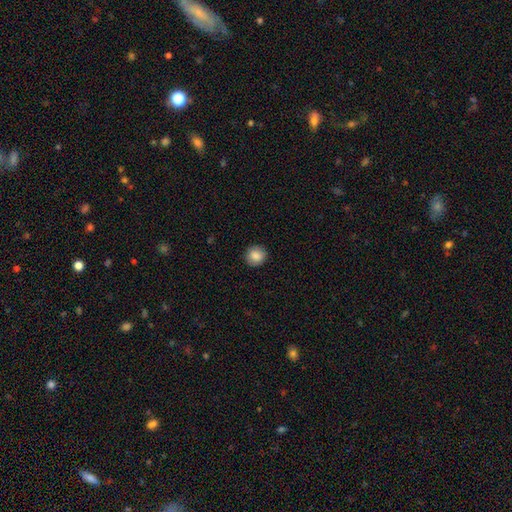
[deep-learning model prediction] Smooth or featured? Predicted: smooth (p=0.87). How rounded? Predicted: round (p=0.88). Merging? Predicted: none (p=0.90).